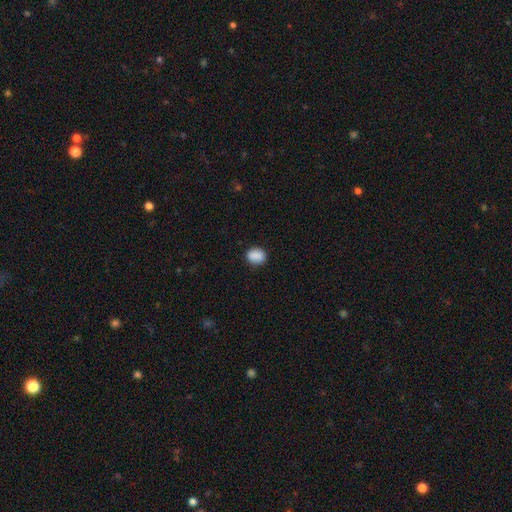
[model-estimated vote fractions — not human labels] Smooth or featured?
  - smooth: 88% *
  - star or artifact: 8%
  - featured or disk: 3%
How rounded?
  - round: 50% *
  - in between: 49%
  - cigar-shaped: 1%
Merging?
  - none: 85% *
  - minor disturbance: 12%
  - major disturbance: 3%
  - merger: 1%